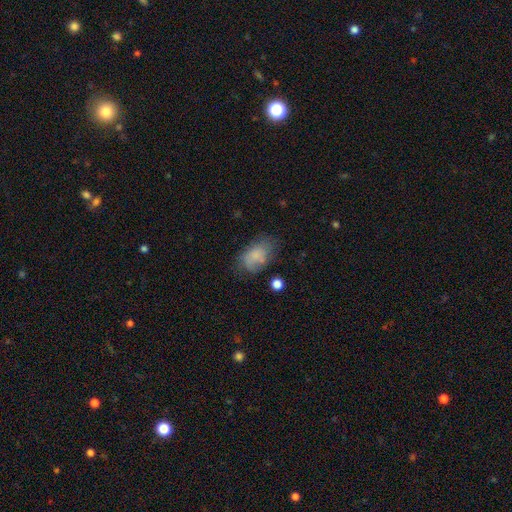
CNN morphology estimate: type=smooth (74%); roundness=in between (88%); merging=none (54%).